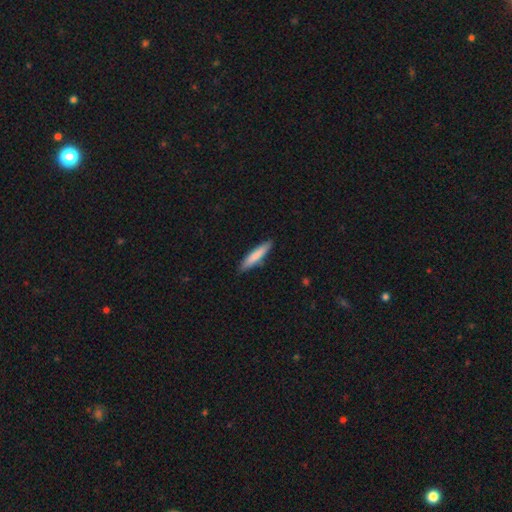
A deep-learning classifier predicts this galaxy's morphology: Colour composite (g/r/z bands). It shows a smooth galaxy with no disk features (80%) that is cigar-shaped (88%). Merging: none (87%).